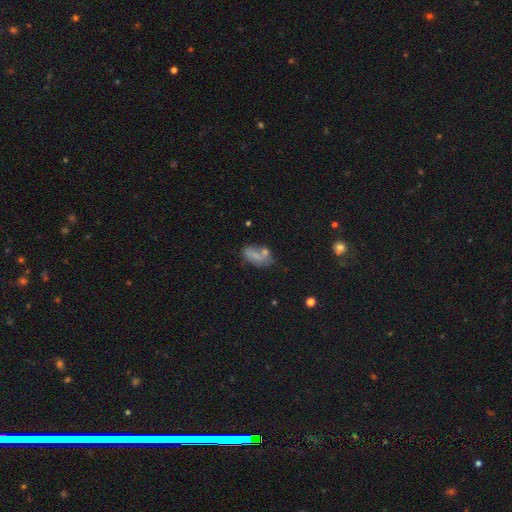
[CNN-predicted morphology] smooth_or_featured: smooth (p=0.64) [alt: featured or disk p=0.23]
how_rounded: in between (p=0.87) [alt: cigar-shaped p=0.07]
merging: none (p=0.45) [alt: minor disturbance p=0.23]